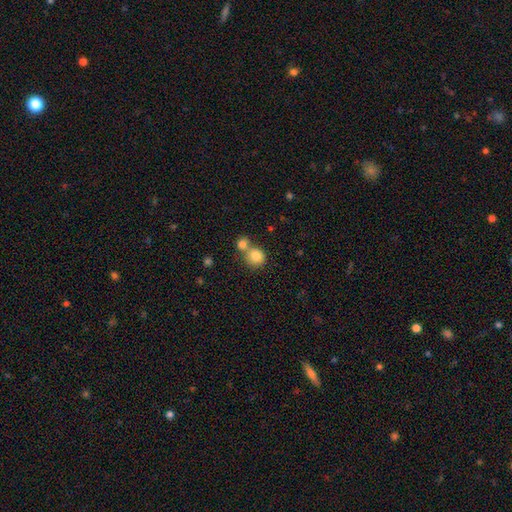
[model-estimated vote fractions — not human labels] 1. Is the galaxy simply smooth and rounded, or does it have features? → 82% smooth, 10% star or artifact, 8% featured or disk.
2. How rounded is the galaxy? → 85% round, 14% in between, 1% cigar-shaped.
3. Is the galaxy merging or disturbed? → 47% none, 43% merger, 7% minor disturbance, 3% major disturbance.